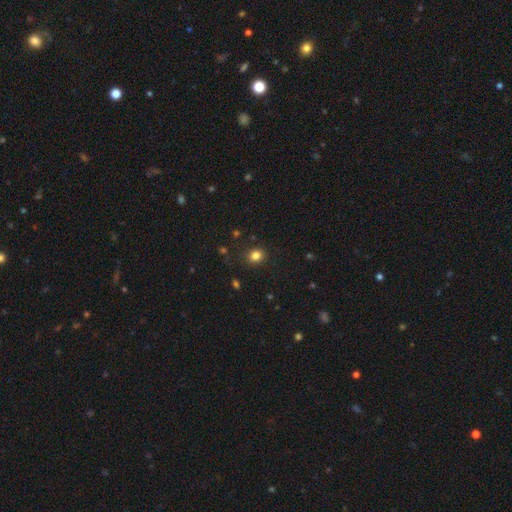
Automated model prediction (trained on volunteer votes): smooth-or-featured: smooth: 82% | star or artifact: 13% | featured or disk: 5%
  how-rounded: round: 67% | in between: 32% | cigar-shaped: 1%
  merging: none: 87% | minor disturbance: 9% | major disturbance: 3% | merger: 1%